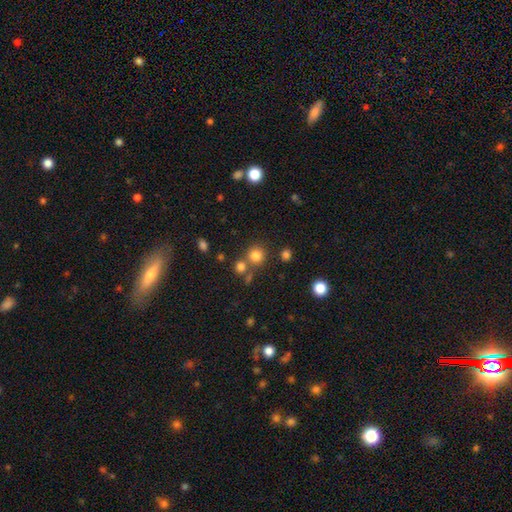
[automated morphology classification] This appears to be a smooth galaxy with no disk features (79%) that is round (91%). Merging: none (70%).